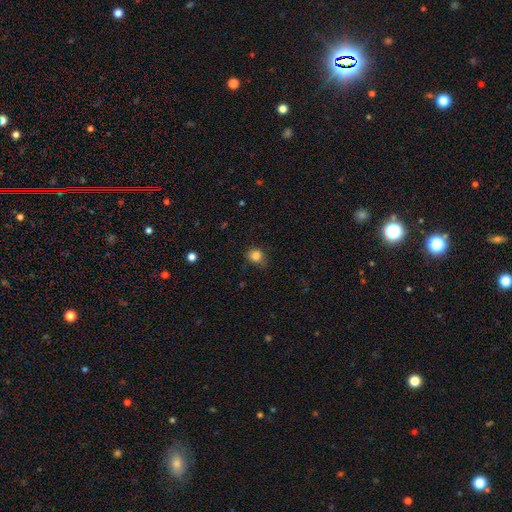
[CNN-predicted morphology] Smooth or featured? smooth (84%)
How rounded? round (73%)
Merging? none (70%)